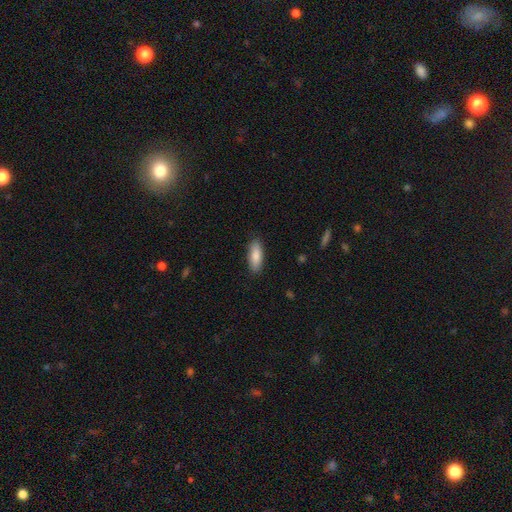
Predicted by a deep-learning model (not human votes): smooth-or-featured: smooth: 86% | featured or disk: 8% | star or artifact: 6%
  how-rounded: in between: 68% | cigar-shaped: 30% | round: 2%
  merging: none: 87% | minor disturbance: 9% | major disturbance: 2% | merger: 1%